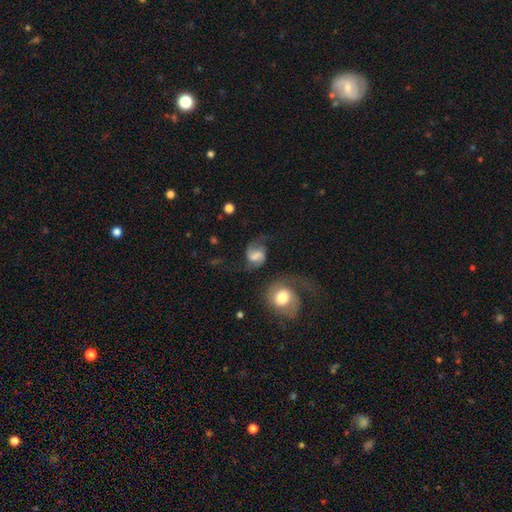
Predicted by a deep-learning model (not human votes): Q: Smooth or featured?
A: featured or disk (75%); runner-up: smooth (17%)
Q: Edge-on disk?
A: no (98%); runner-up: yes (2%)
Q: Bar?
A: weak (51%); runner-up: strong (26%)
Q: Spiral arms?
A: yes (95%); runner-up: no (5%)
Q: Spiral winding?
A: medium (45%); runner-up: loose (44%)
Q: Spiral arm count?
A: 2 (91%); runner-up: can't tell (3%)
Q: Bulge size?
A: moderate (29%); runner-up: none (28%)
Q: Merging?
A: none (58%); runner-up: minor disturbance (18%)